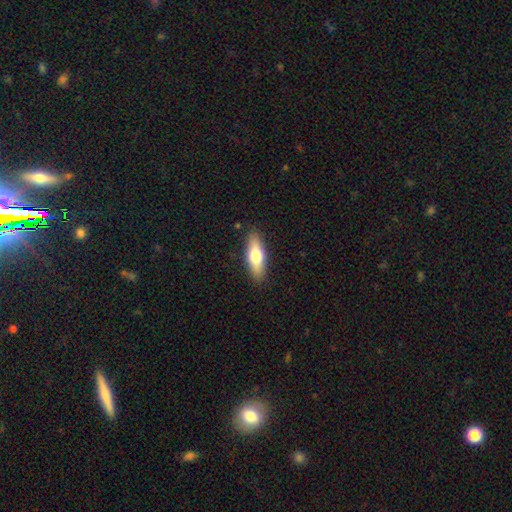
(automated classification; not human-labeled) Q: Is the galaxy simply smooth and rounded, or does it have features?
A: smooth — 62%.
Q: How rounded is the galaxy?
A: in between — 56%.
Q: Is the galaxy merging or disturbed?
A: none — 88%.